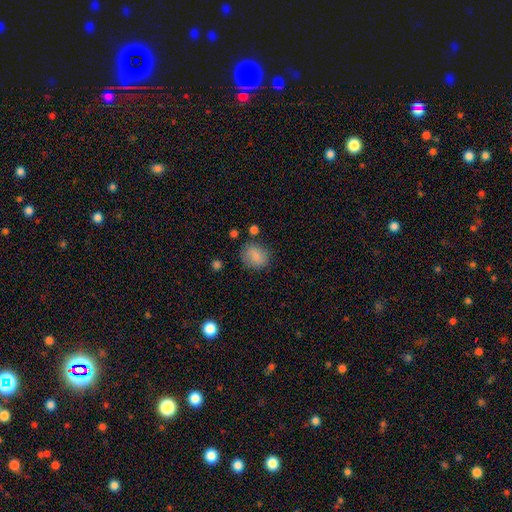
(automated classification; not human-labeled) smooth 83%, star or artifact 10%, featured or disk 7%. Down the decision tree: how rounded — in between (53%); merging — none (74%).